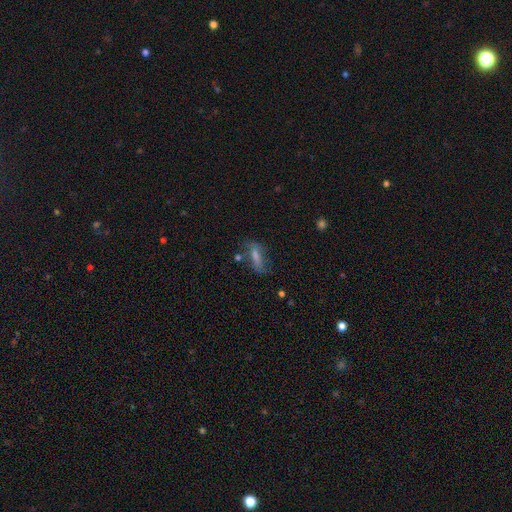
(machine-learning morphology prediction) Smooth or featured: smooth — 55% (featured or disk — 34%)
How rounded: in between — 55% (cigar-shaped — 41%)
Merging: none — 49% (minor disturbance — 25%)